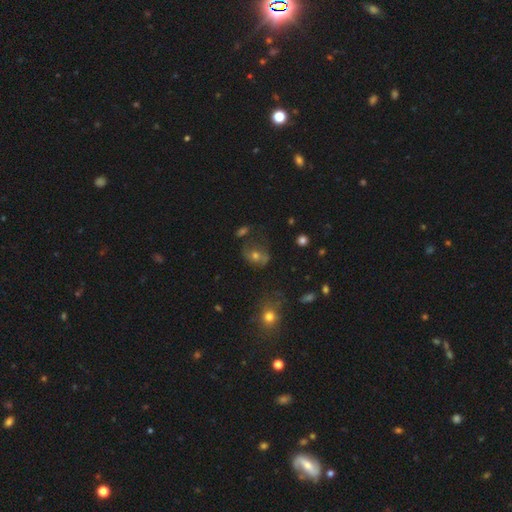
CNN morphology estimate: Smooth or featured? Predicted: smooth (p=0.48). Merging? Predicted: none (p=0.51).